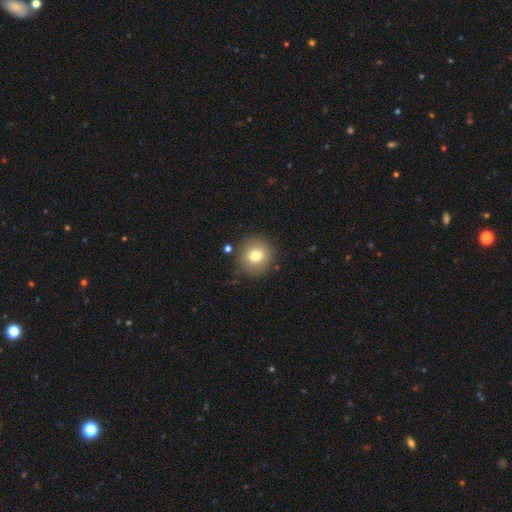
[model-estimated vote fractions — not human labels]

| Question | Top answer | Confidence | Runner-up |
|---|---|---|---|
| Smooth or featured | smooth | 75% | featured or disk (14%) |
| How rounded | round | 92% | in between (7%) |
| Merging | none | 85% | minor disturbance (9%) |